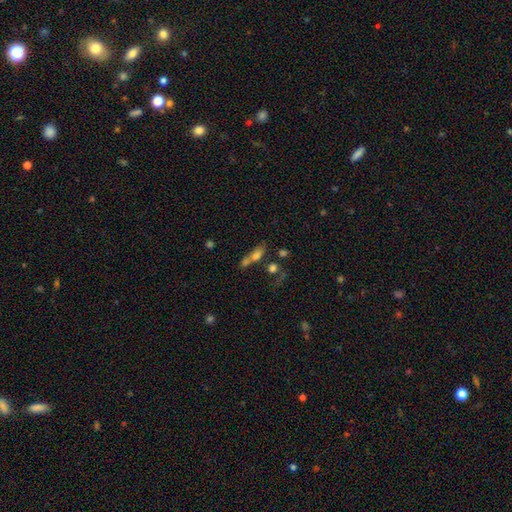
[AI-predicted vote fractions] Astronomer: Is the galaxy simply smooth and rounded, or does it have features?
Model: smooth — 63%.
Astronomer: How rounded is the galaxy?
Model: in between — 63%.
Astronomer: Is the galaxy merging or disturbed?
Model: merger — 45% (runner-up: none, 33%).